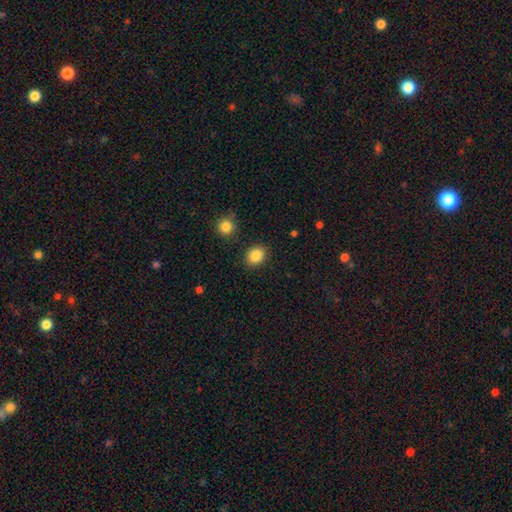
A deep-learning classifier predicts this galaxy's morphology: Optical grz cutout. It shows a smooth galaxy with no disk features (86%) that is round (50%). Merging: none (88%).